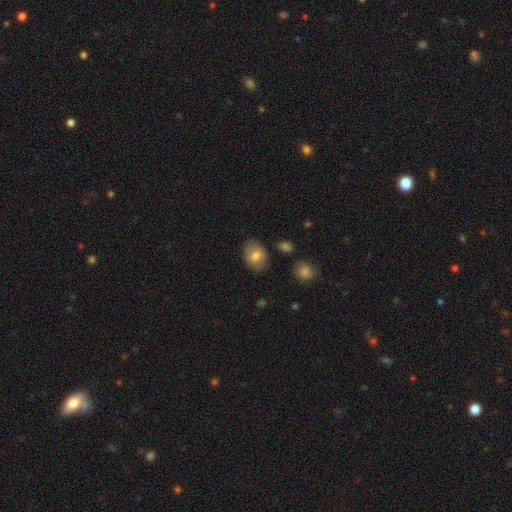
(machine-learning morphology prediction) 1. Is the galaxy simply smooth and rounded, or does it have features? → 76% smooth, 17% featured or disk, 8% star or artifact.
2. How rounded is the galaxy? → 76% in between, 23% round, 1% cigar-shaped.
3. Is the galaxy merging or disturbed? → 83% none, 12% minor disturbance, 3% major disturbance, 3% merger.